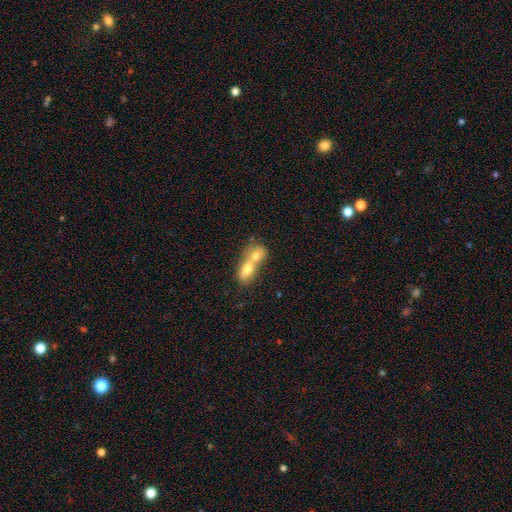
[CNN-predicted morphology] Smooth or featured? Predicted: smooth (p=0.69). How rounded? Predicted: in between (p=0.63). Merging? Predicted: merger (p=0.79).